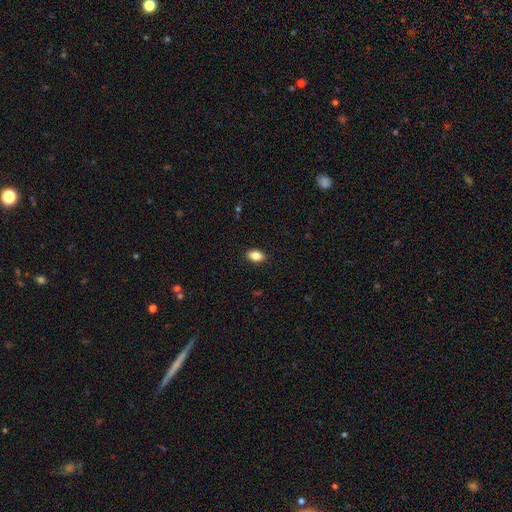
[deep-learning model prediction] smooth 84%, star or artifact 8%, featured or disk 7%. Down the decision tree: how rounded — in between (88%); merging — none (89%).